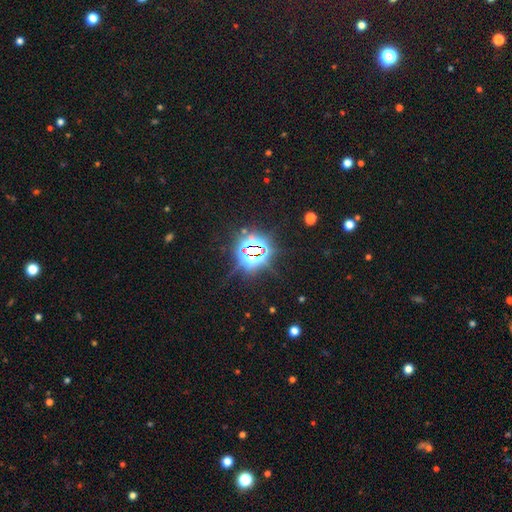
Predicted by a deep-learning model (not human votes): Q: Smooth or featured?
A: star or artifact (82%); runner-up: smooth (10%)